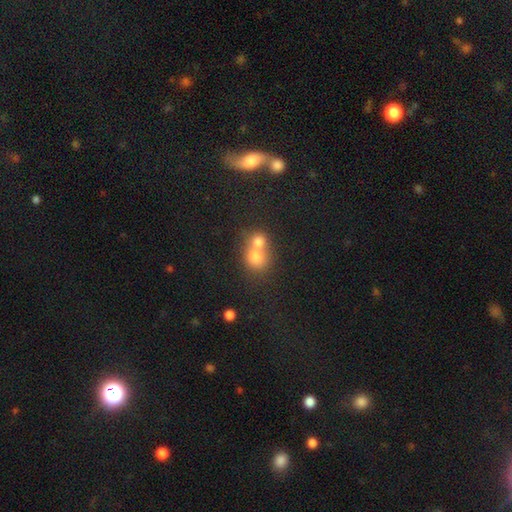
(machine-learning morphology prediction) Smooth or featured?
  - smooth: 73% *
  - featured or disk: 15%
  - star or artifact: 12%
How rounded?
  - round: 74% *
  - in between: 25%
  - cigar-shaped: 1%
Merging?
  - merger: 67% *
  - none: 26%
  - minor disturbance: 5%
  - major disturbance: 2%